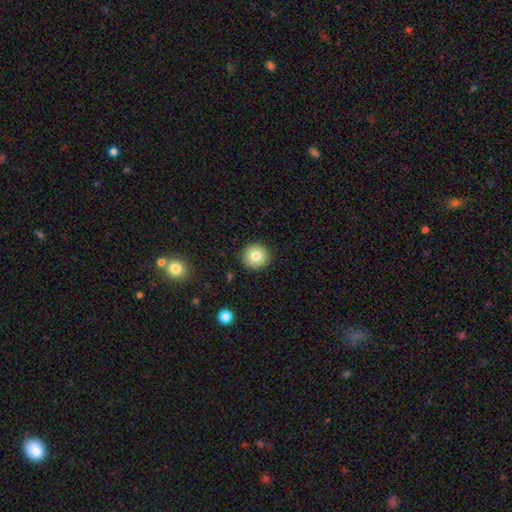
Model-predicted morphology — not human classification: A smooth galaxy with no disk features (80%) that is round (92%). Merging: none (90%).